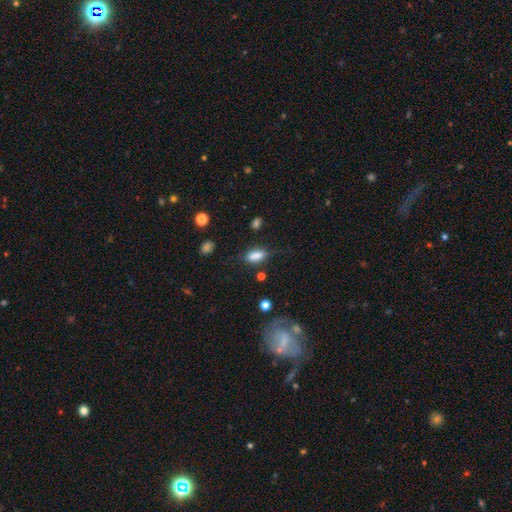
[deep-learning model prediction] This is clearly a smooth galaxy (81%). How rounded: likely in between (76%). Merging: likely none (68%).